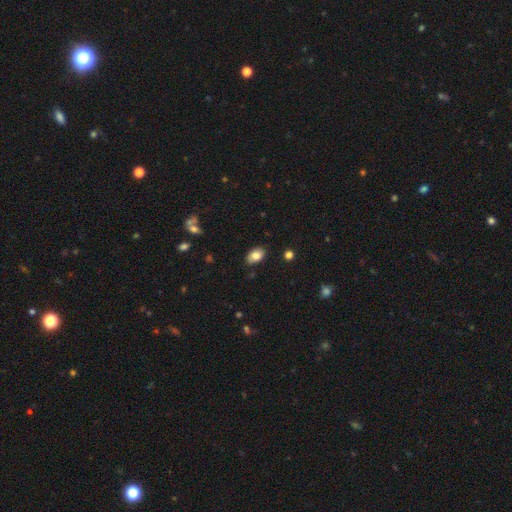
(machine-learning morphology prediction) Smooth or featured? smooth (83%)
How rounded? in between (90%)
Merging? none (85%)